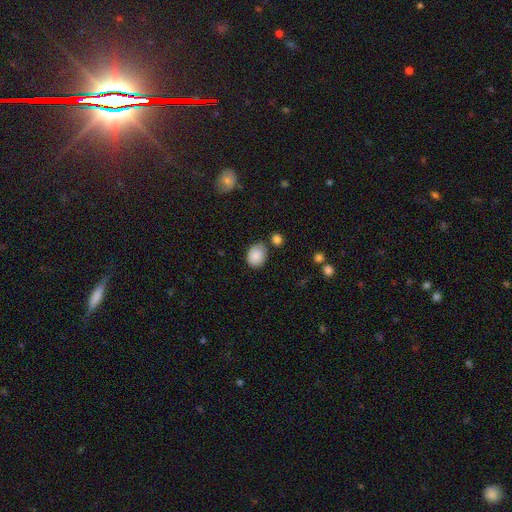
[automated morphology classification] A smooth galaxy with no disk features (87%) that is in between round and cigar-shaped (57%). Merging: none (73%).